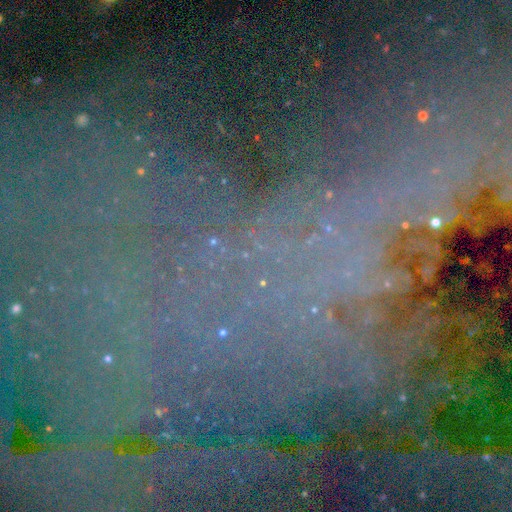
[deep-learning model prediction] Smooth or featured: star or artifact — 76% (featured or disk — 13%)